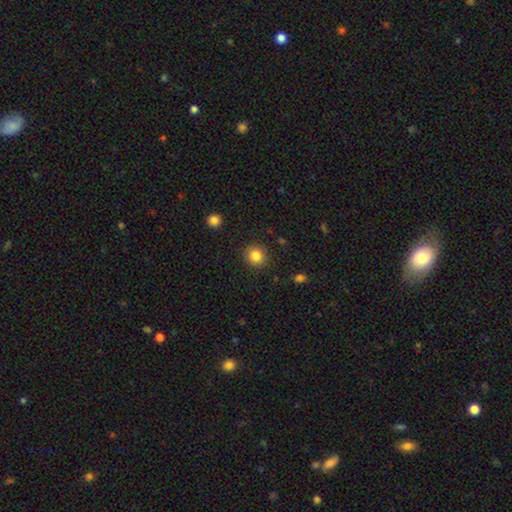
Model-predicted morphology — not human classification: This is clearly a smooth galaxy (84%). How rounded: clearly round (90%). Merging: clearly none (90%).